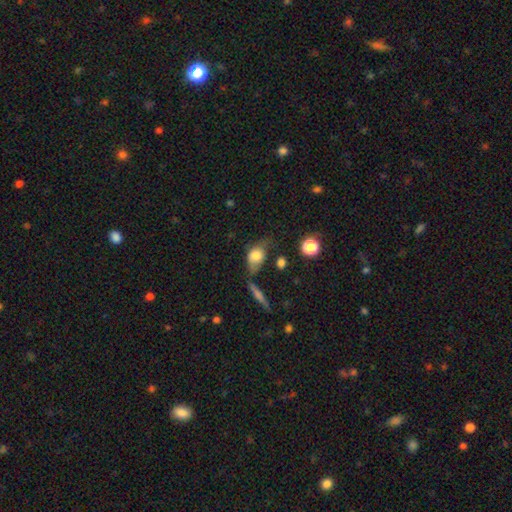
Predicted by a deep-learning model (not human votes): The model was most divided on "merging": none: 35%, minor disturbance: 32%, major disturbance: 21%, merger: 12%. More confident: how rounded — in between (74%); smooth or featured — smooth (72%).